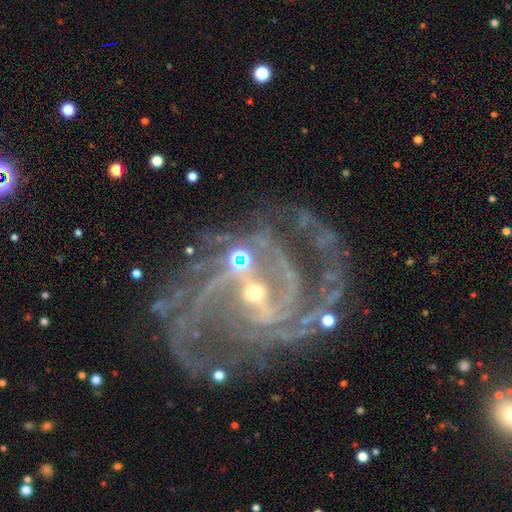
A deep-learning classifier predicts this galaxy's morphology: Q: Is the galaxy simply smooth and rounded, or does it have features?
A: featured or disk — 91%.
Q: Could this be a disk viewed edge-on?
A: no — 98%.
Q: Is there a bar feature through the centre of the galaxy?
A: strong — 42%.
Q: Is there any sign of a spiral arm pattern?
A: yes — 98%.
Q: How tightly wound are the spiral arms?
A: medium — 50%.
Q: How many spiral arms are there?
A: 2 — 46%.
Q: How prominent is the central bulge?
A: small — 68%.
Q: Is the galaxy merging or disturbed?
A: none — 56%.